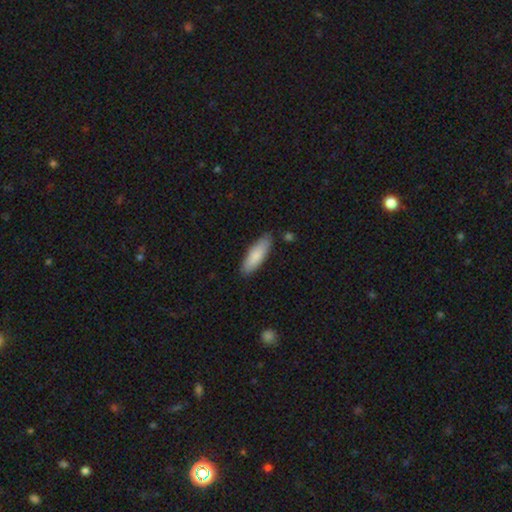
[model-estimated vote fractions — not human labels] This appears to be a smooth galaxy with no disk features (84%) that is in between round and cigar-shaped (51%). Merging: none (85%).